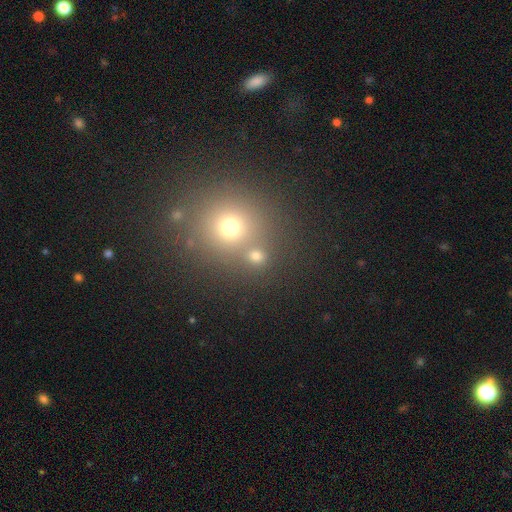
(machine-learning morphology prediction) smooth-or-featured: smooth: 71% | star or artifact: 21% | featured or disk: 8%
  how-rounded: round: 86% | in between: 12% | cigar-shaped: 1%
  merging: none: 65% | merger: 24% | minor disturbance: 7% | major disturbance: 4%